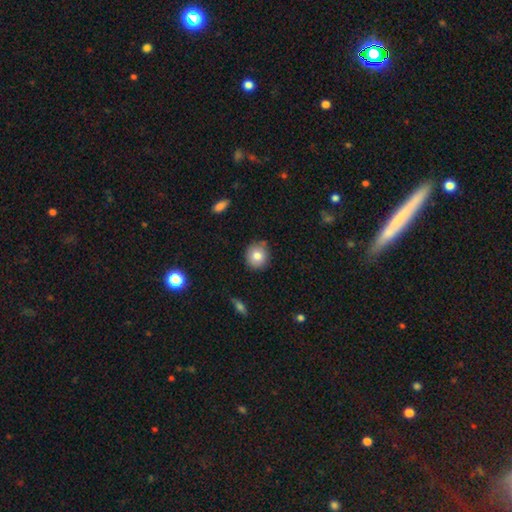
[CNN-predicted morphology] A smooth galaxy with no disk features (78%) that is round (86%).

Vote fractions:
- Smooth or featured? smooth: 78% / featured or disk: 11% / star or artifact: 11%
- How rounded? round: 86% / in between: 13% / cigar-shaped: 1%
- Merging? none: 84% / minor disturbance: 12% / major disturbance: 2% / merger: 2%